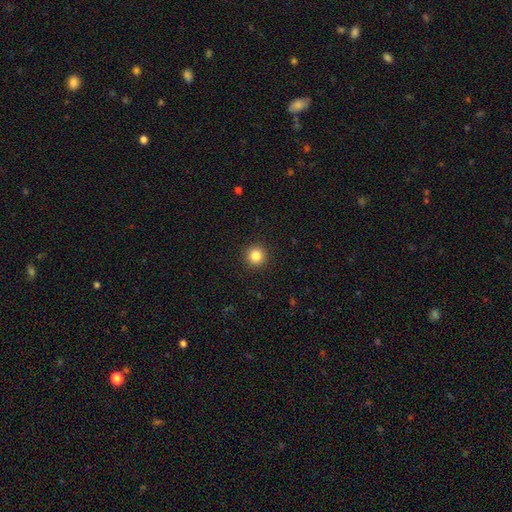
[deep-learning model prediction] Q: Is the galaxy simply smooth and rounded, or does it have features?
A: smooth — 85%.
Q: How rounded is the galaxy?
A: round — 95%.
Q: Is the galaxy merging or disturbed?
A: none — 93%.